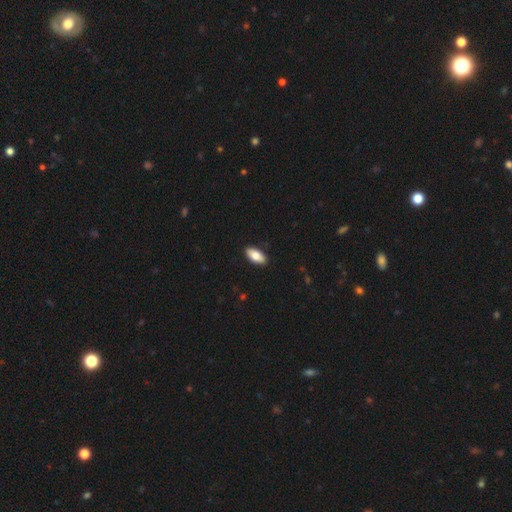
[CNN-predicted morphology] type=smooth (81%); roundness=in between (91%); merging=none (90%).